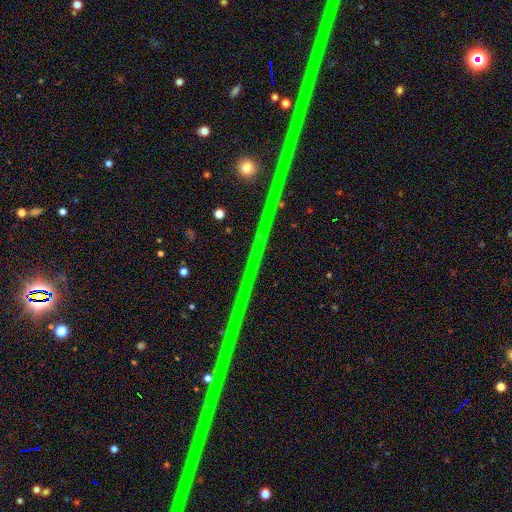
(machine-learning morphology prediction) A star or artifact, not a galaxy (86%).